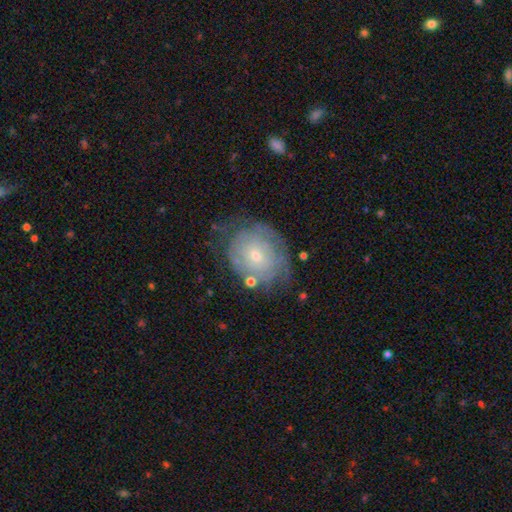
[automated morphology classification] This is likely a featured or disk galaxy (64%). It is clearly not viewed edge-on (97%). Bar: clearly no (81%). Spiral arm pattern: likely yes (73%). Central bulge: likely small (67%). Merging: possibly none (59%).